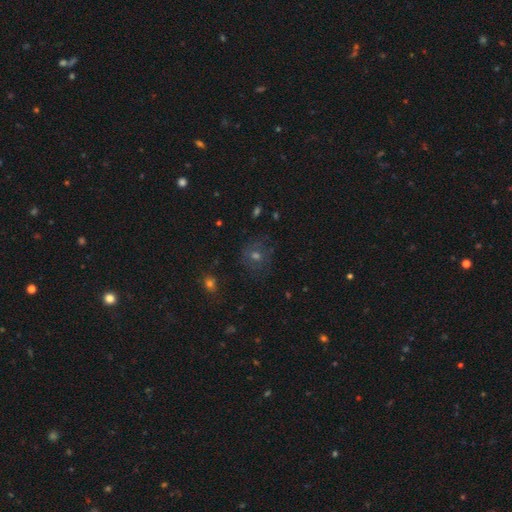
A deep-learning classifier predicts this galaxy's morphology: Smooth or featured?
  - smooth: 44% *
  - star or artifact: 31%
  - featured or disk: 25%
Merging?
  - none: 74% *
  - minor disturbance: 15%
  - major disturbance: 8%
  - merger: 2%